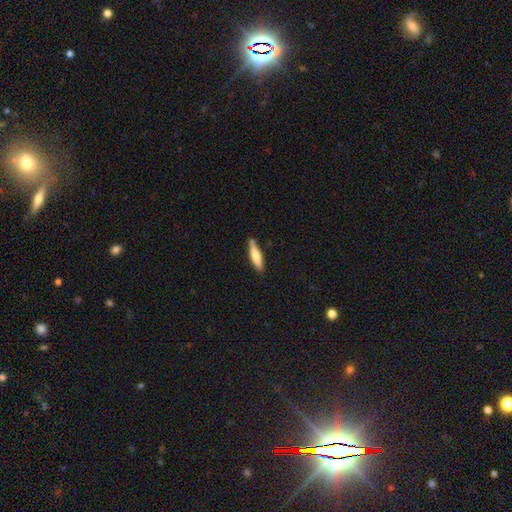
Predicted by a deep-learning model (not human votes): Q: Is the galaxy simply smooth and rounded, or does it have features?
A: smooth — 63%.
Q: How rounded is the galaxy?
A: cigar-shaped — 77%.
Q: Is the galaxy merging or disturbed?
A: none — 82%.